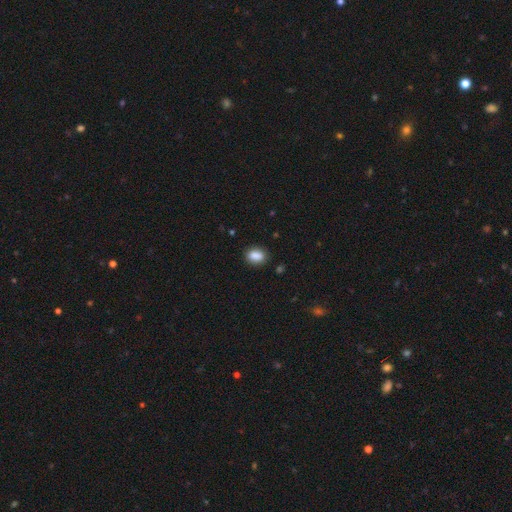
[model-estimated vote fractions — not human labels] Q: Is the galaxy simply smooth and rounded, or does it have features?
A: smooth — 88%.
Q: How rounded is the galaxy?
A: in between — 72%.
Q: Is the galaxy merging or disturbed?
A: none — 84%.